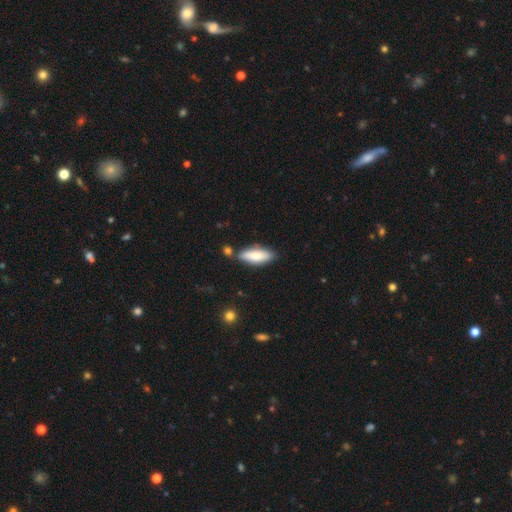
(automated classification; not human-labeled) This is likely a smooth galaxy (78%). How rounded: likely in between (61%). Merging: likely none (77%).